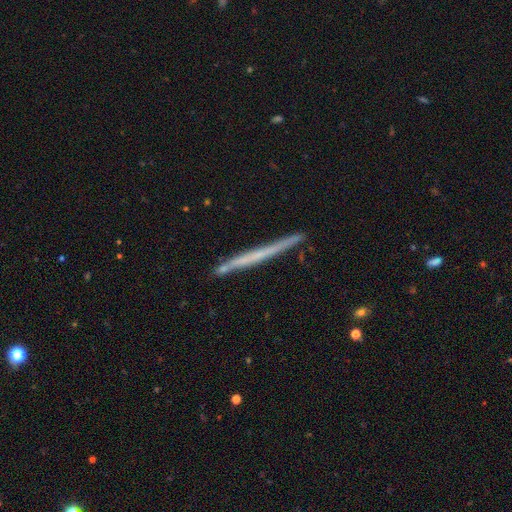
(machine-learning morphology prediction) smooth_or_featured: featured or disk (p=0.52) [alt: smooth p=0.42]
disk_edge_on: yes (p=0.97) [alt: no p=0.03]
edge_on_bulge: none (p=0.90) [alt: rounded p=0.07]
merging: none (p=0.87) [alt: minor disturbance p=0.09]